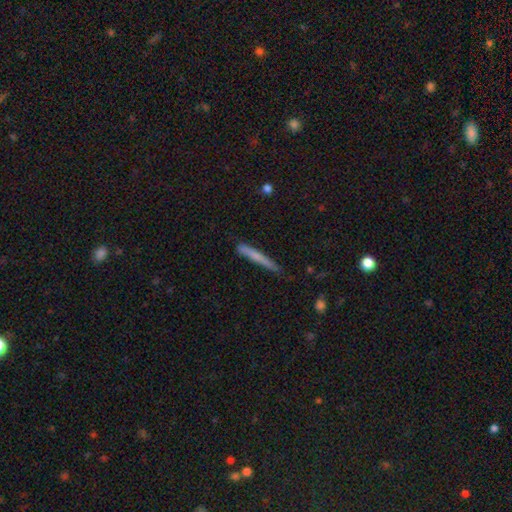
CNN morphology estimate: smooth 66%, featured or disk 28%, star or artifact 7%. Down the decision tree: how rounded — cigar-shaped (96%); merging — none (75%).